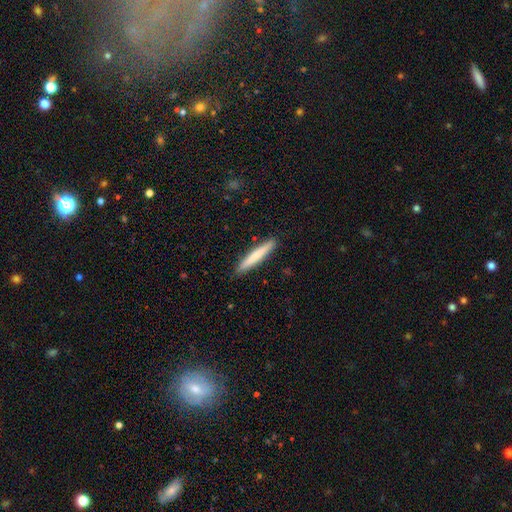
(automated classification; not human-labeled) Smooth or featured?
  - smooth: 71% *
  - featured or disk: 24%
  - star or artifact: 5%
How rounded?
  - cigar-shaped: 95% *
  - in between: 4%
  - round: 1%
Merging?
  - none: 90% *
  - minor disturbance: 7%
  - major disturbance: 1%
  - merger: 1%